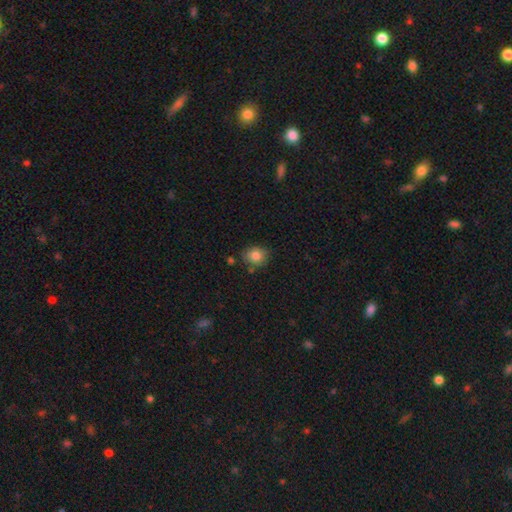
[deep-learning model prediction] Q: Smooth or featured?
A: smooth (82%); runner-up: star or artifact (10%)
Q: How rounded?
A: round (63%); runner-up: in between (36%)
Q: Merging?
A: none (78%); runner-up: minor disturbance (14%)